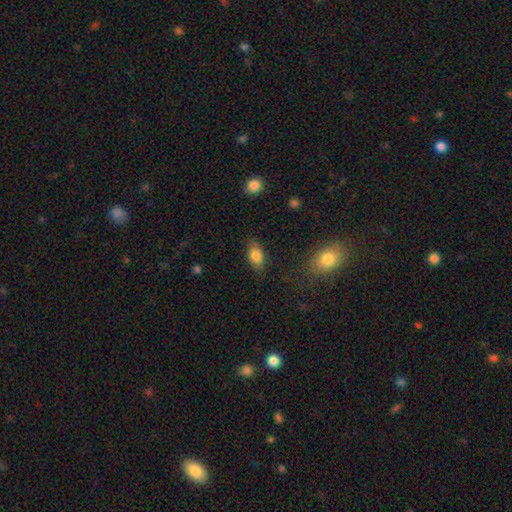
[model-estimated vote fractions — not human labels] Morphology: type=smooth (83%); roundness=in between (87%); merging=none (81%).